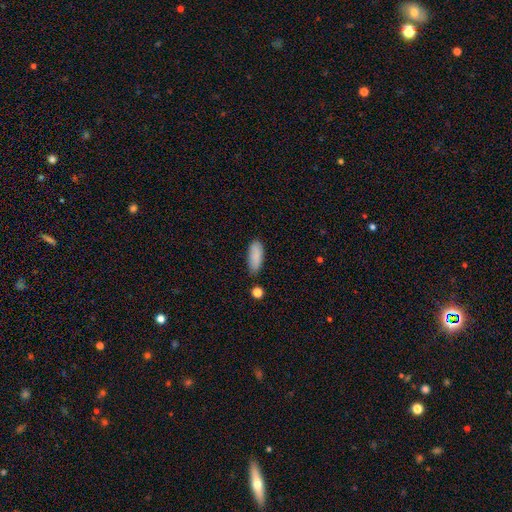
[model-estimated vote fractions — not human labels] Morphology: type=smooth (87%); roundness=in between (77%); merging=none (75%).